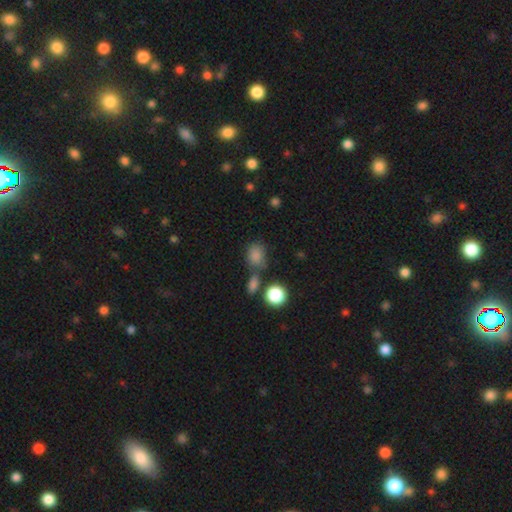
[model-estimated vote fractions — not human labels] Smooth or featured? smooth (79%)
How rounded? round (52%)
Merging? none (61%)